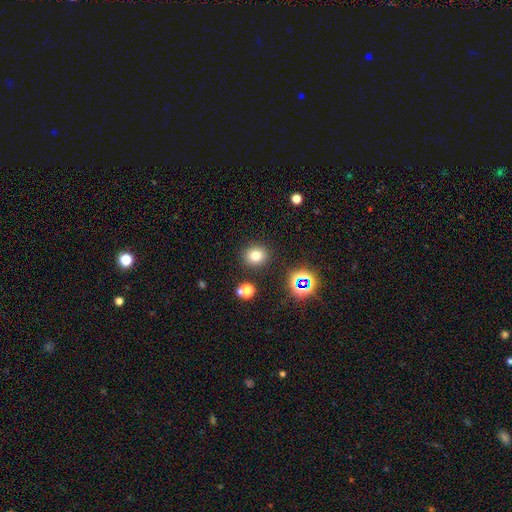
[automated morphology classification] The model was most divided on "smooth or featured": smooth: 74%, star or artifact: 18%, featured or disk: 8%. More confident: merging — none (88%); how rounded — round (82%).